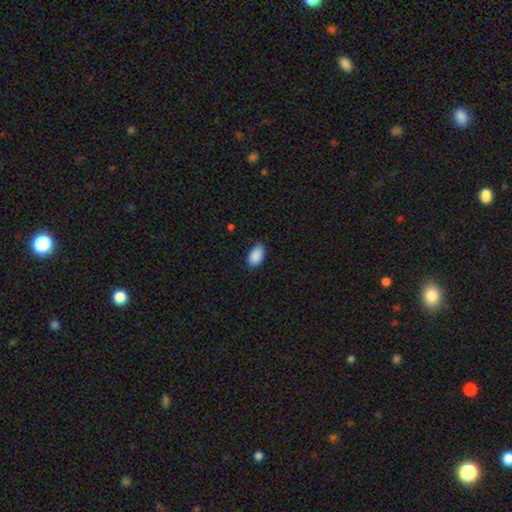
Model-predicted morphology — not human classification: smooth_or_featured: smooth (p=0.90) [alt: star or artifact p=0.07]
how_rounded: in between (p=0.95) [alt: round p=0.04]
merging: none (p=0.83) [alt: minor disturbance p=0.14]